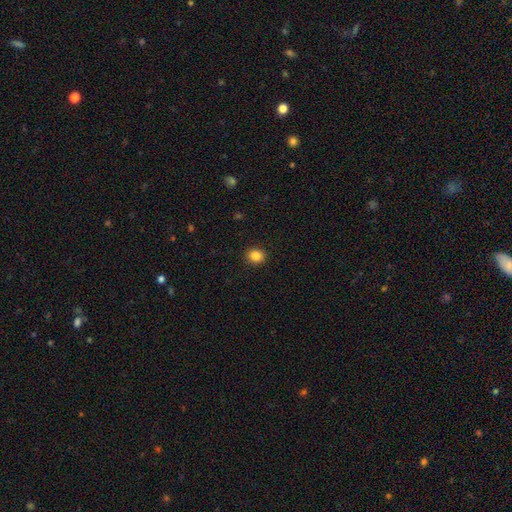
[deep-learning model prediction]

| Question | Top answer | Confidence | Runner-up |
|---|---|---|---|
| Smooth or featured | smooth | 86% | star or artifact (10%) |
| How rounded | round | 74% | in between (25%) |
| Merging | none | 91% | minor disturbance (6%) |